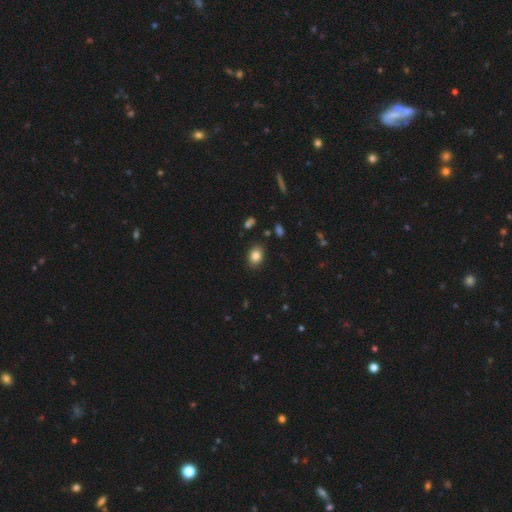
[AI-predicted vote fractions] Smooth or featured? smooth (84%)
How rounded? in between (66%)
Merging? none (87%)